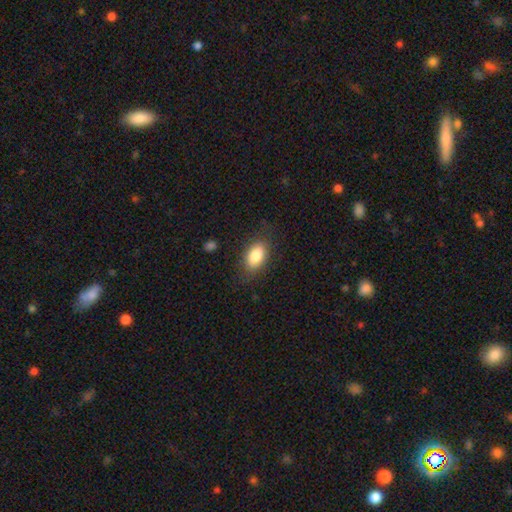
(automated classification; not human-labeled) Smooth or featured? smooth (83%)
How rounded? in between (90%)
Merging? none (80%)